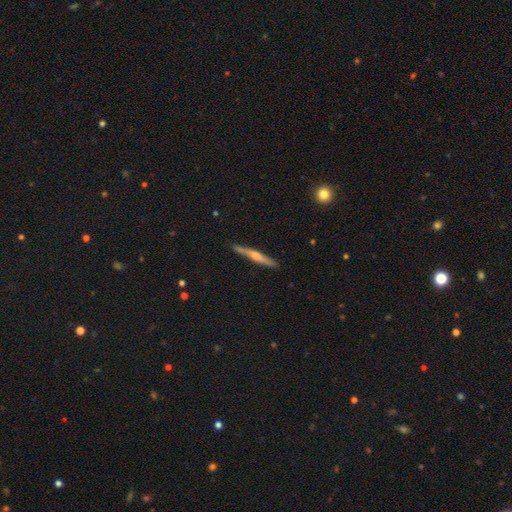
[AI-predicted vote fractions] This appears to be a featured or disk galaxy (62%) viewed edge-on (97%) with a rounded central bulge (72%). Merging: none (87%).